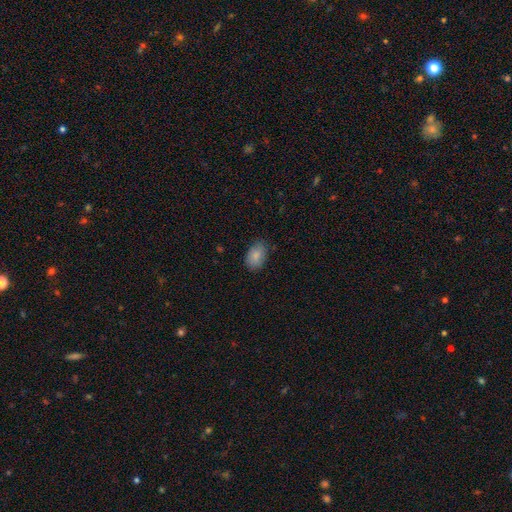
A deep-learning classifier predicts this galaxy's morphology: The model was most divided on "merging": none: 80%, minor disturbance: 16%, major disturbance: 3%, merger: 1%. More confident: smooth or featured — smooth (87%); how rounded — in between (87%).